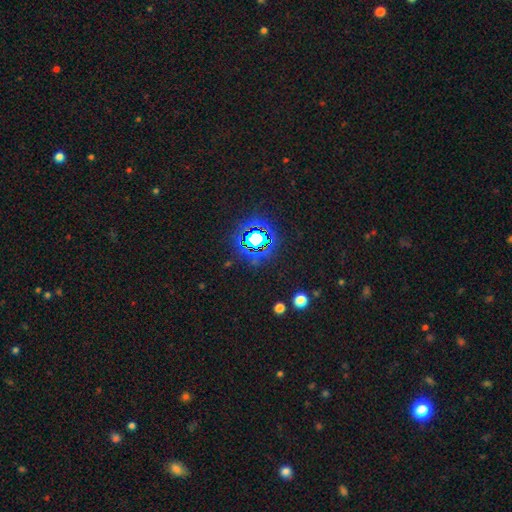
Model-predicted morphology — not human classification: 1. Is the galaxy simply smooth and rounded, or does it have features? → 81% star or artifact, 12% smooth, 7% featured or disk.